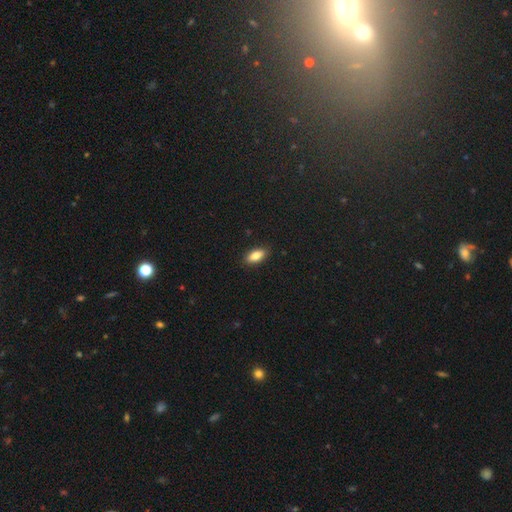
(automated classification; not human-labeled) Smooth or featured?
  - smooth: 83% *
  - featured or disk: 9%
  - star or artifact: 8%
How rounded?
  - in between: 85% *
  - cigar-shaped: 11%
  - round: 3%
Merging?
  - none: 89% *
  - minor disturbance: 8%
  - major disturbance: 2%
  - merger: 1%